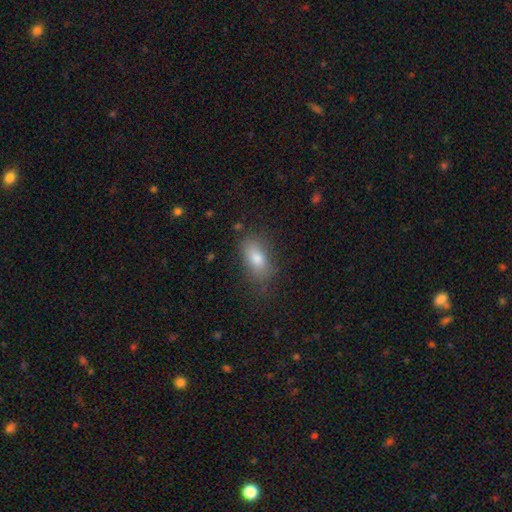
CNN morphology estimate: A smooth galaxy with no disk features (79%) that is in between round and cigar-shaped (85%).

Vote fractions:
- Smooth or featured? smooth: 79% / featured or disk: 11% / star or artifact: 10%
- How rounded? in between: 85% / cigar-shaped: 8% / round: 6%
- Merging? none: 75% / minor disturbance: 18% / major disturbance: 6% / merger: 2%